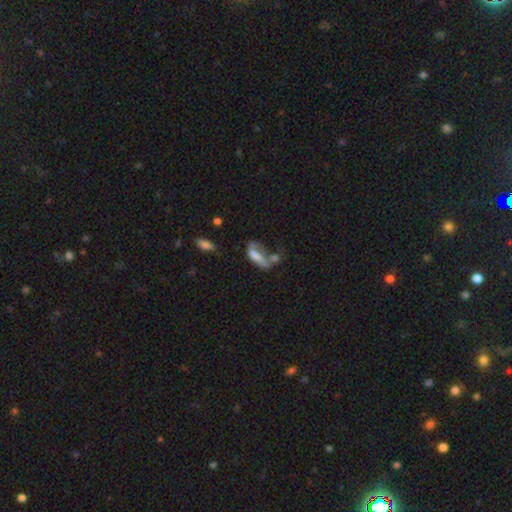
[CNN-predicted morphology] The model was most divided on "merging": major disturbance: 32%, merger: 31%, none: 20%, minor disturbance: 16%. More confident: how rounded — in between (68%); smooth or featured — smooth (57%).